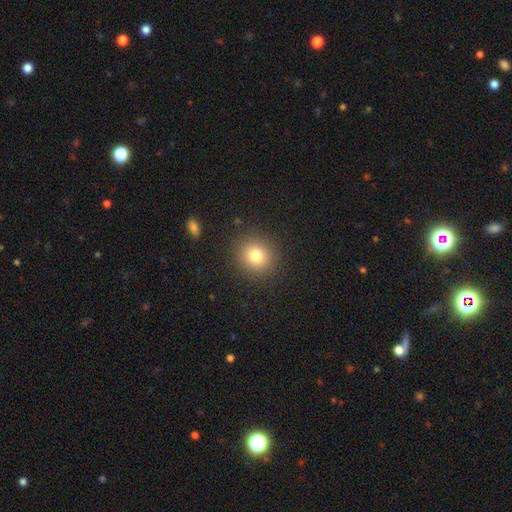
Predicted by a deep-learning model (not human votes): The model was most divided on "smooth or featured": smooth: 79%, star or artifact: 12%, featured or disk: 9%. More confident: merging — none (90%); how rounded — round (88%).